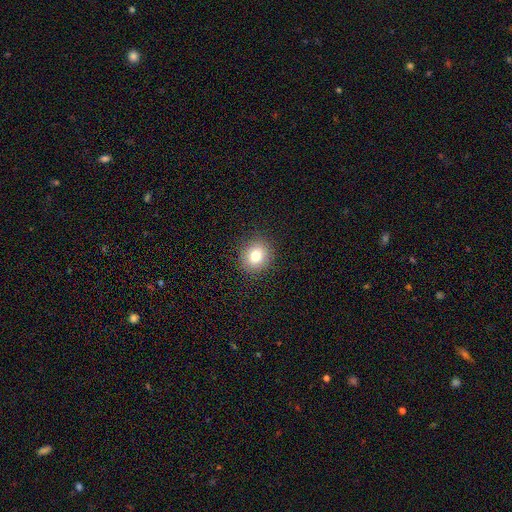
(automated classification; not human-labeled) The model was most divided on "how rounded": round: 78%, in between: 21%, cigar-shaped: 1%. More confident: merging — none (90%); smooth or featured — smooth (79%).